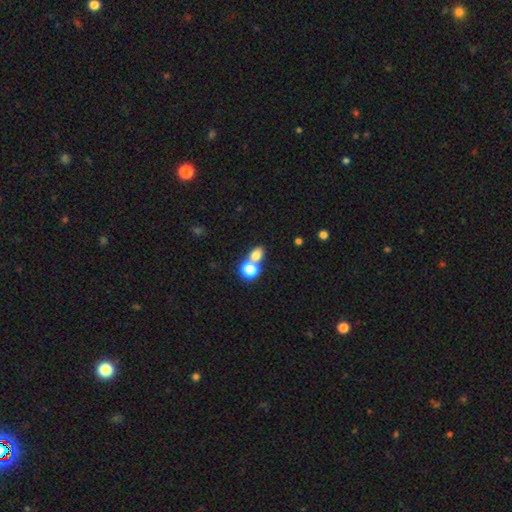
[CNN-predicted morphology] smooth-or-featured: smooth: 73% | star or artifact: 16% | featured or disk: 11%
  how-rounded: round: 49% (tied) | in between: 49% (tied) | cigar-shaped: 2%
  merging: merger: 50% | none: 39% | minor disturbance: 7% | major disturbance: 4%